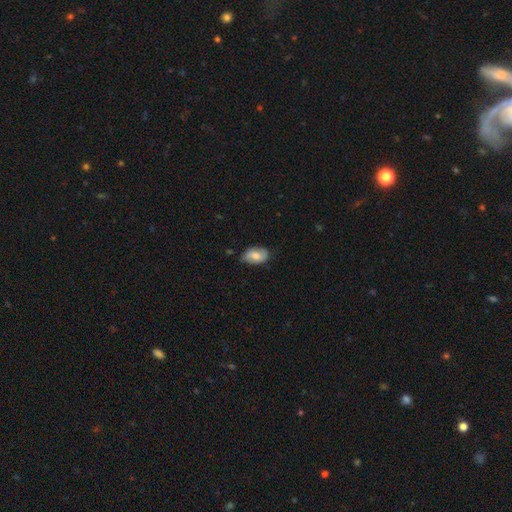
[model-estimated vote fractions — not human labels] A smooth galaxy with no disk features (62%) that is in between round and cigar-shaped (91%). Merging: none (71%).